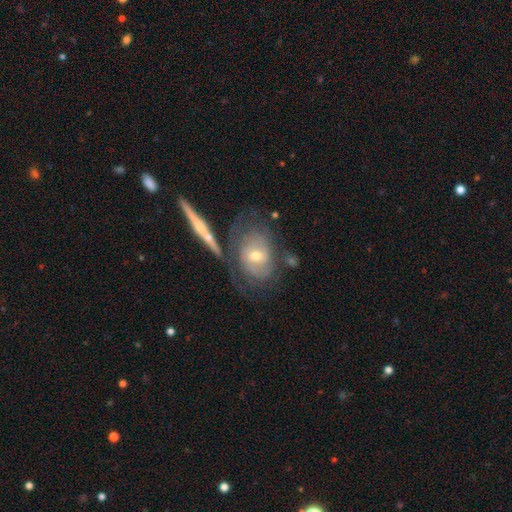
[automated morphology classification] smooth-or-featured: featured or disk: 64% | smooth: 28% | star or artifact: 8%
  disk-edge-on: no: 83% | yes: 17%
    bar: no: 53% | weak: 34% | strong: 12%
    has-spiral-arms: yes: 66% | no: 34%
    bulge-size: moderate: 59% | small: 36% | large: 3% | none: 1% | dominant: 1%
  merging: none: 52% | minor disturbance: 20% | merger: 15% | major disturbance: 13%